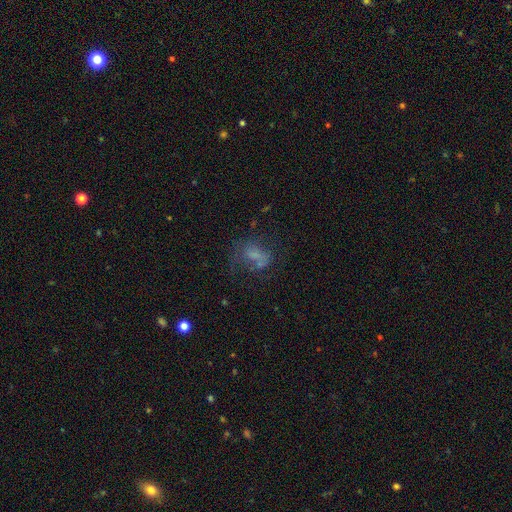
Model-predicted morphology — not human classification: A smooth galaxy with no disk features (44%). Merging: none (36%).